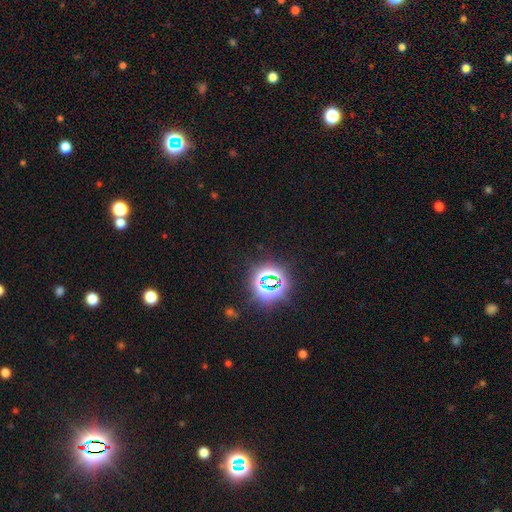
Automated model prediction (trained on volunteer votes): Smooth or featured? star or artifact (77%)